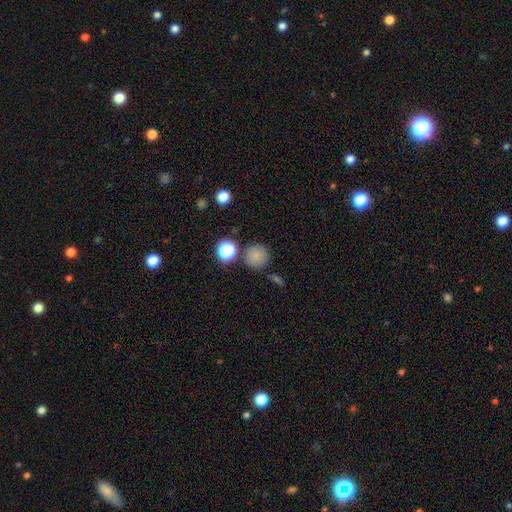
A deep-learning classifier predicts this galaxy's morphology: A smooth galaxy with no disk features (78%) that is round (93%). Merging: none (79%).